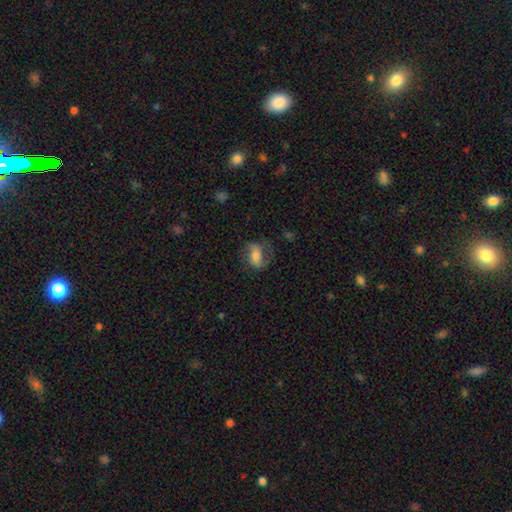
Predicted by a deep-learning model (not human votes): Q: Smooth or featured?
A: smooth (47%); runner-up: featured or disk (45%)
Q: Merging?
A: none (62%); runner-up: minor disturbance (20%)